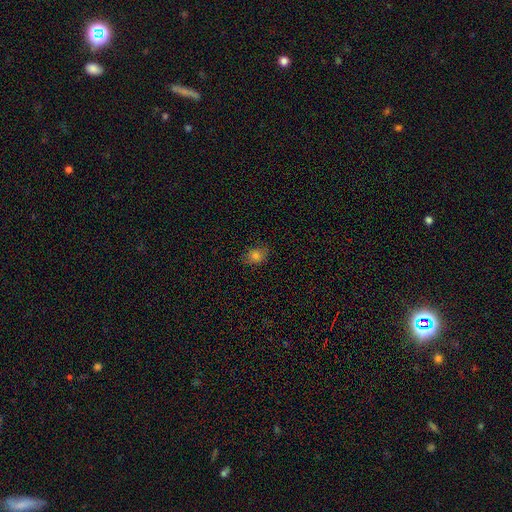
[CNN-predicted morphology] A smooth galaxy with no disk features (79%) that is in between round and cigar-shaped (56%). Merging: none (81%).